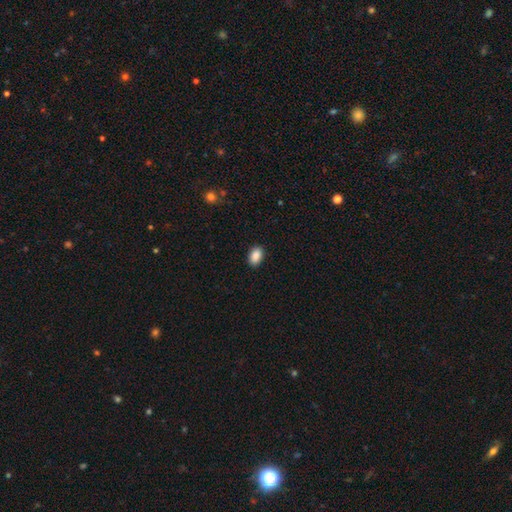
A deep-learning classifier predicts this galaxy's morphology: smooth-or-featured: smooth: 89% | star or artifact: 8% | featured or disk: 3%
  how-rounded: in between: 90% | round: 9% | cigar-shaped: 1%
  merging: none: 90% | minor disturbance: 7% | major disturbance: 2% | merger: 1%